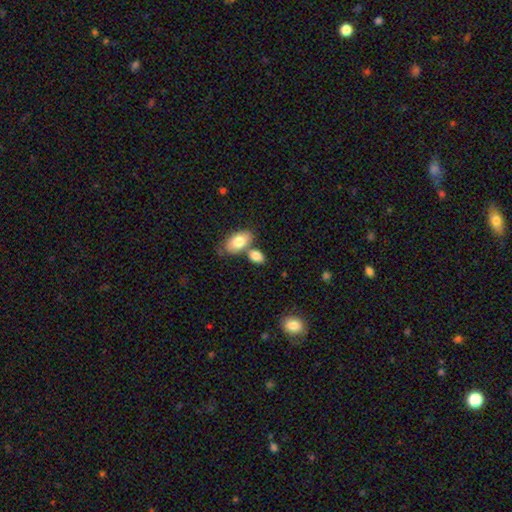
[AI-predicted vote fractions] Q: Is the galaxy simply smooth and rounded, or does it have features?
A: smooth — 82%.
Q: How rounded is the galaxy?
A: in between — 85%.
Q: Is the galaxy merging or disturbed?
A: none — 52%.